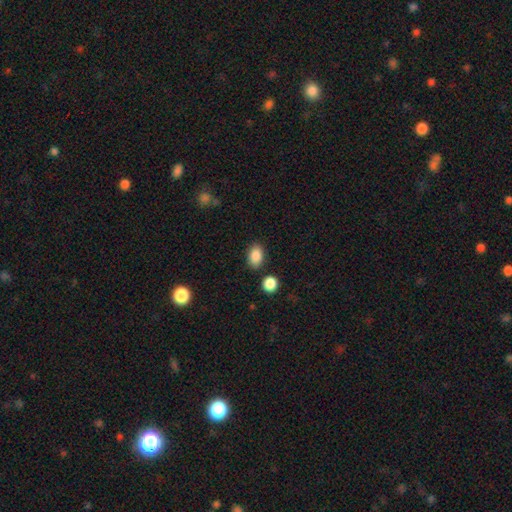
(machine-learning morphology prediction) This appears to be a smooth galaxy with no disk features (88%) that is in between round and cigar-shaped (85%). Merging: none (82%).